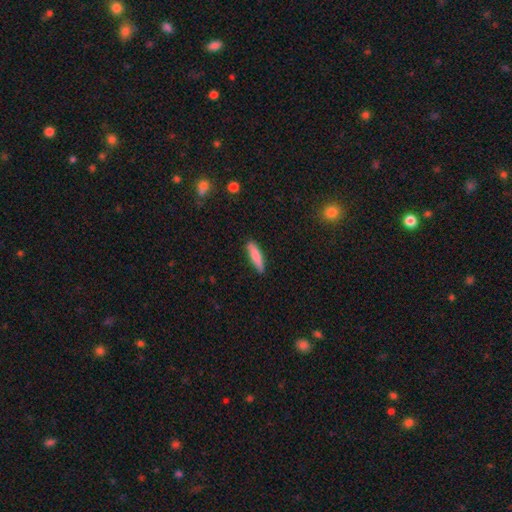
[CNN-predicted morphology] Smooth or featured?
  - smooth: 82% *
  - featured or disk: 13%
  - star or artifact: 6%
How rounded?
  - cigar-shaped: 74% *
  - in between: 24%
  - round: 2%
Merging?
  - none: 86% *
  - minor disturbance: 11%
  - major disturbance: 2%
  - merger: 1%